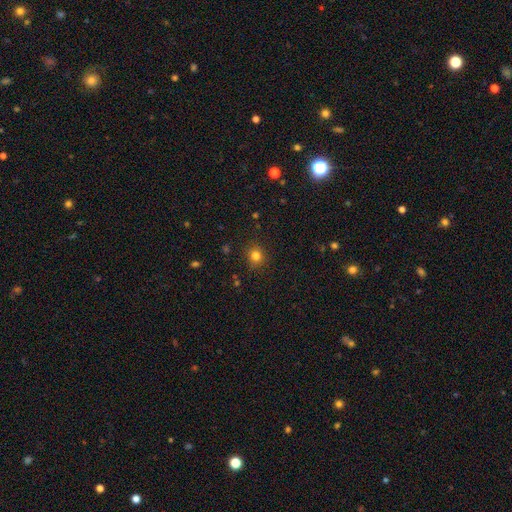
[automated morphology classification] The model was most divided on "smooth or featured": smooth: 80%, star or artifact: 14%, featured or disk: 5%. More confident: merging — none (88%); how rounded — round (86%).